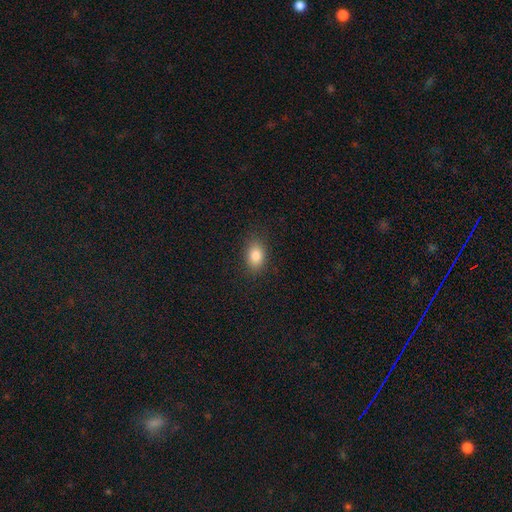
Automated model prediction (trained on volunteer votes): Smooth or featured? smooth (84%)
How rounded? in between (80%)
Merging? none (86%)